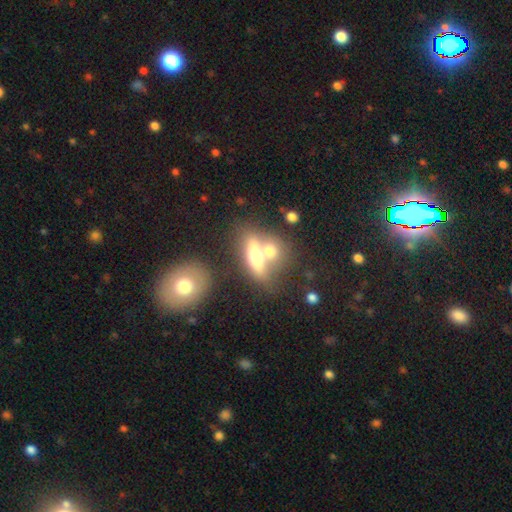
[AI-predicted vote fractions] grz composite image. It shows a smooth galaxy with no disk features (53%) that is in between round and cigar-shaped (56%). Merging: merger (49%).